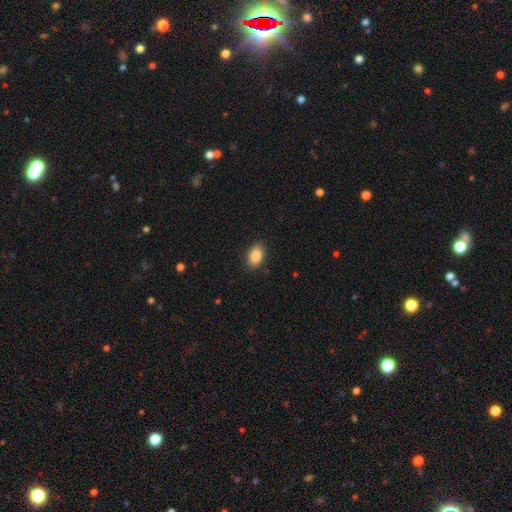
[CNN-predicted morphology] smooth-or-featured: smooth: 87% | star or artifact: 8% | featured or disk: 5%
  how-rounded: in between: 86% | round: 12% | cigar-shaped: 1%
  merging: none: 89% | minor disturbance: 8% | major disturbance: 2% | merger: 1%